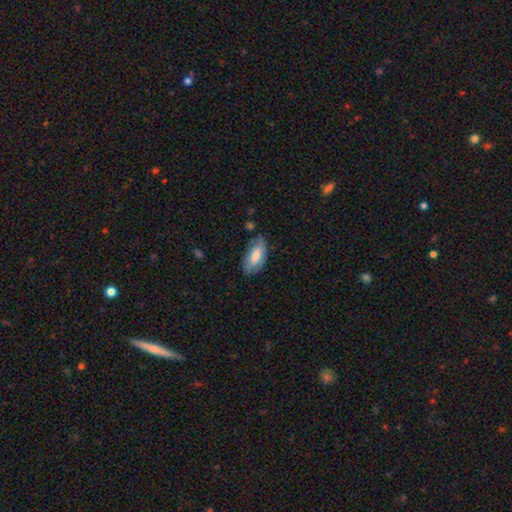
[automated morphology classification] A smooth galaxy with no disk features (71%) that is in between round and cigar-shaped (91%). Merging: none (73%).